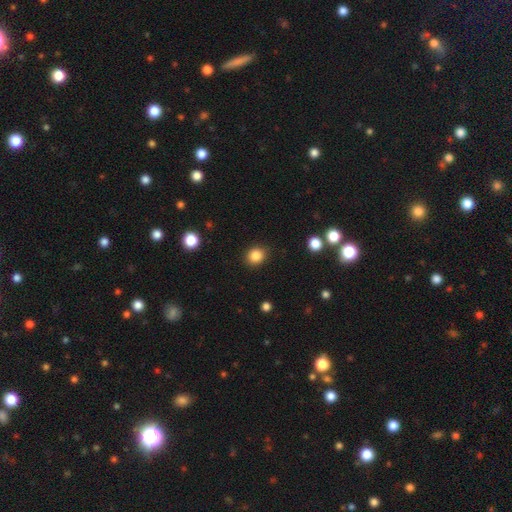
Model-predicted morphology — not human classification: Smooth or featured? Predicted: smooth (p=0.85). How rounded? Predicted: round (p=0.75). Merging? Predicted: none (p=0.89).